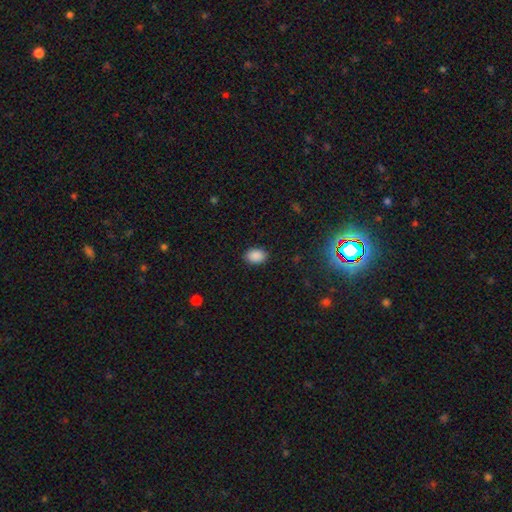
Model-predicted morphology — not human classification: The model was most divided on "how rounded": in between: 79%, round: 20%, cigar-shaped: 1%. More confident: smooth or featured — smooth (88%); merging — none (88%).